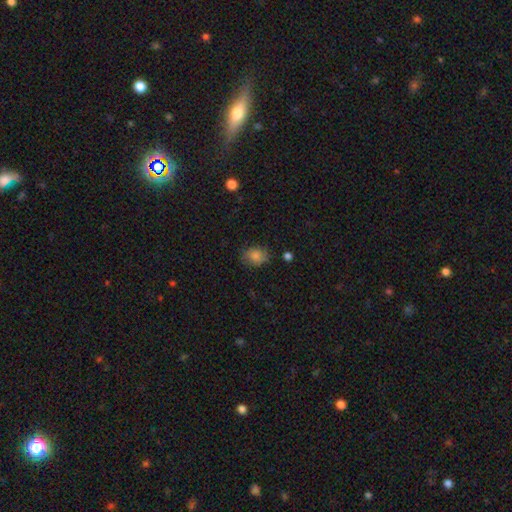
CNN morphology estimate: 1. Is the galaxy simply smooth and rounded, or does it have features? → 73% smooth, 16% featured or disk, 11% star or artifact.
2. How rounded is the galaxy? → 57% in between, 42% round, 1% cigar-shaped.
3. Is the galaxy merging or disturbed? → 75% none, 19% minor disturbance, 5% major disturbance, 2% merger.